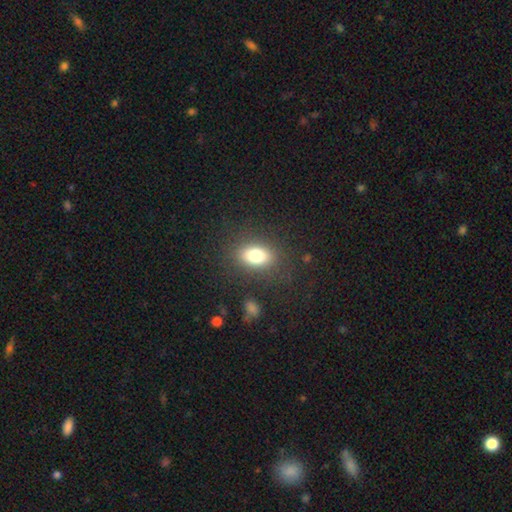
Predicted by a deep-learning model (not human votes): A smooth galaxy with no disk features (79%) that is in between round and cigar-shaped (81%).

Vote fractions:
- Smooth or featured? smooth: 79% / featured or disk: 11% / star or artifact: 10%
- How rounded? in between: 81% / round: 16% / cigar-shaped: 3%
- Merging? none: 83% / minor disturbance: 10% / major disturbance: 5% / merger: 2%